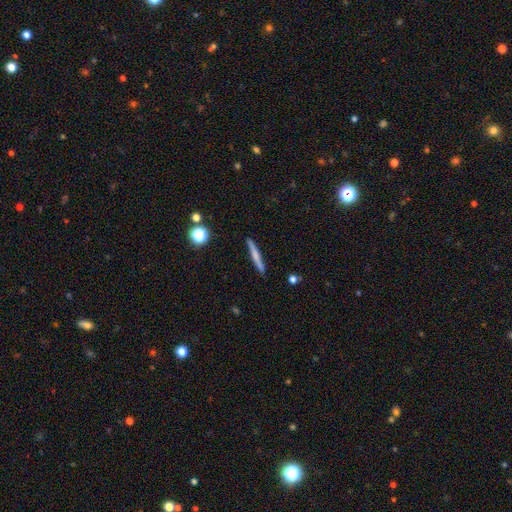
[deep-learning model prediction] Morphology: type=smooth (55%); roundness=cigar-shaped (94%); merging=none (90%).